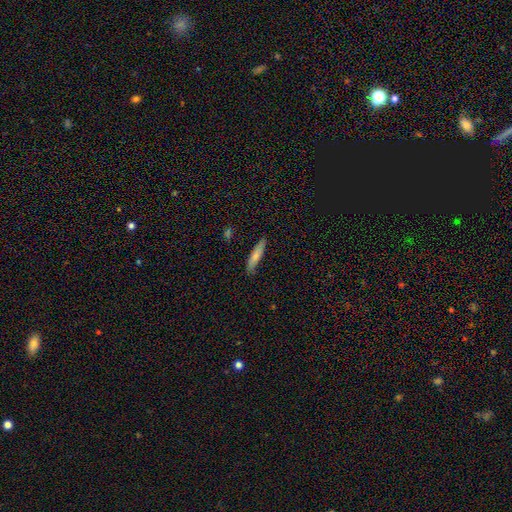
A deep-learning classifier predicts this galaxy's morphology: This is likely a smooth galaxy (72%). How rounded: clearly cigar-shaped (82%). Merging: clearly none (83%).